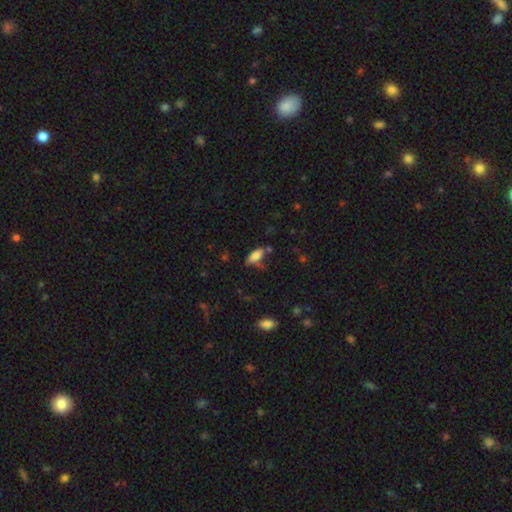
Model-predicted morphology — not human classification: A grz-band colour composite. It shows a smooth galaxy with no disk features (78%) that is in between round and cigar-shaped (79%). Merging: none (56%).